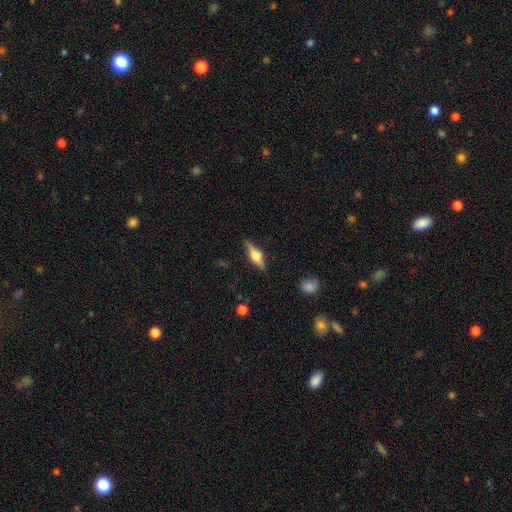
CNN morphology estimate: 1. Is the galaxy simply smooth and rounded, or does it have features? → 71% featured or disk, 23% smooth, 7% star or artifact.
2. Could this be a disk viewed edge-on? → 97% yes, 3% no.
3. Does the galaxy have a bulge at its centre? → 90% rounded, 9% boxy, 1% none.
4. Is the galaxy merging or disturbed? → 86% none, 10% minor disturbance, 3% major disturbance, 1% merger.